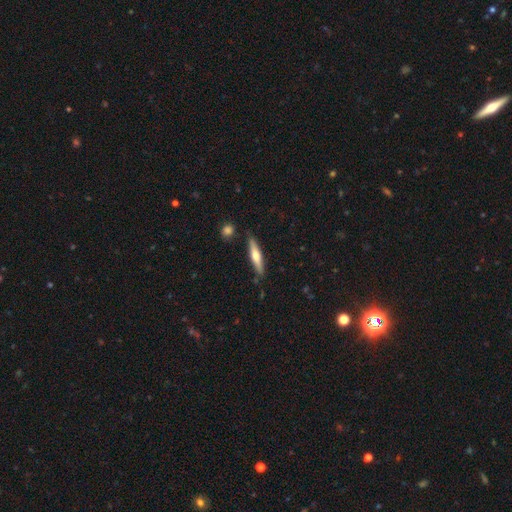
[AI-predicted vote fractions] smooth 48%, featured or disk 46%, star or artifact 5%. Down the decision tree: merging — none (84%).